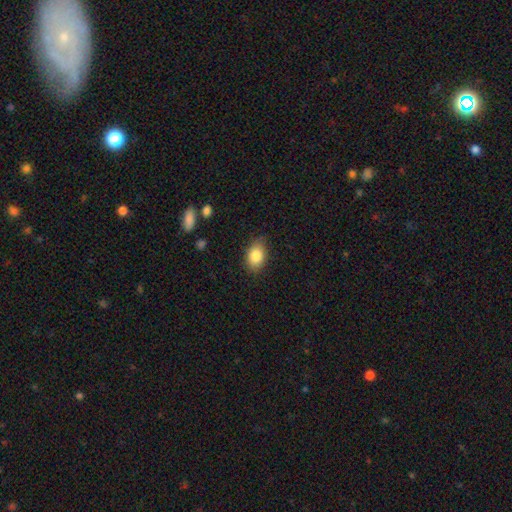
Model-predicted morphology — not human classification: smooth-or-featured: smooth: 85% | star or artifact: 8% | featured or disk: 7%
  how-rounded: in between: 83% | round: 16% | cigar-shaped: 1%
  merging: none: 81% | minor disturbance: 15% | major disturbance: 3% | merger: 1%